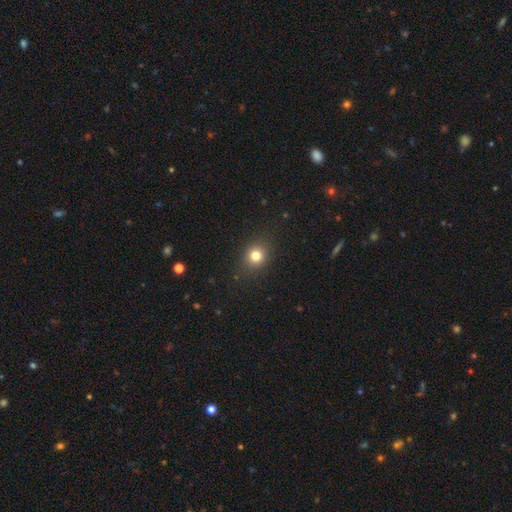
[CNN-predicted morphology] Overall: smooth (79%). How rounded: round (77%). Merging: none (87%).